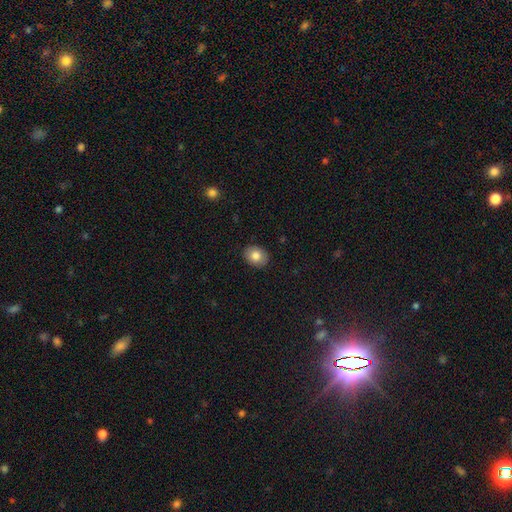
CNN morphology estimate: This is clearly a smooth galaxy (82%). How rounded: possibly in between (56%). Merging: clearly none (90%).